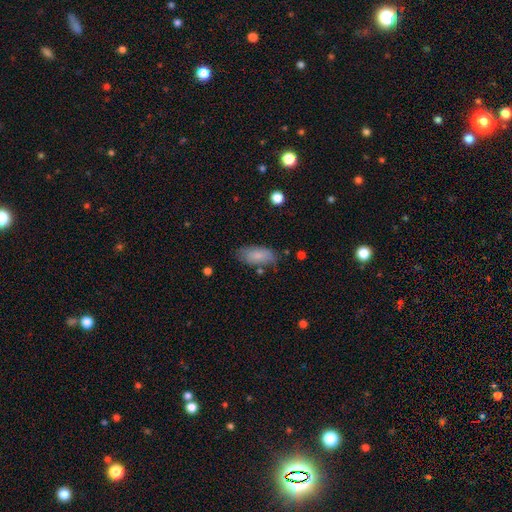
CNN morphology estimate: Smooth or featured?
  - smooth: 83% *
  - featured or disk: 10%
  - star or artifact: 6%
How rounded?
  - in between: 89% *
  - cigar-shaped: 9%
  - round: 2%
Merging?
  - none: 73% *
  - minor disturbance: 18%
  - major disturbance: 5%
  - merger: 4%